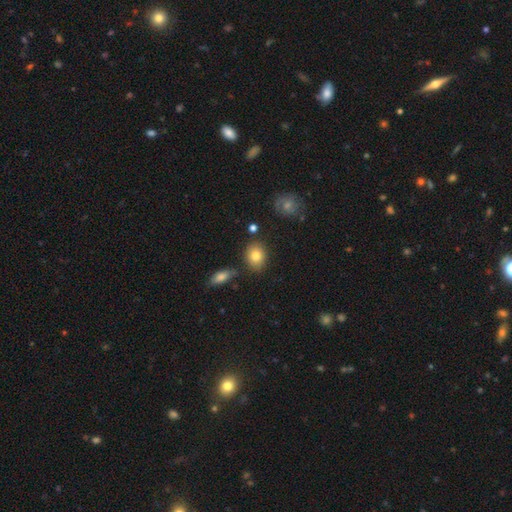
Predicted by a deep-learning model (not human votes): The model was most divided on "how rounded": in between: 51%, round: 47%, cigar-shaped: 1%. More confident: smooth or featured — smooth (82%); merging — none (81%).